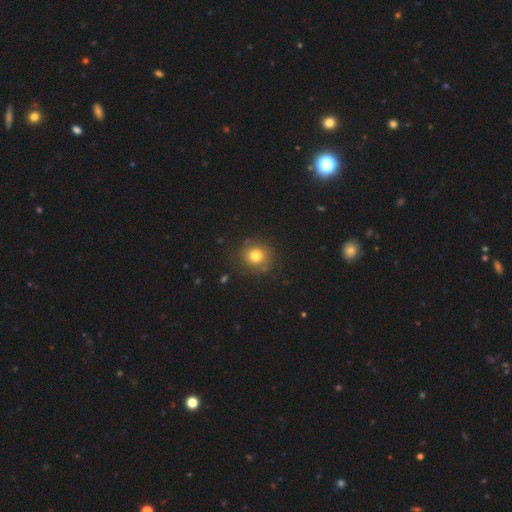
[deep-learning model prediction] Q: Smooth or featured?
A: smooth (77%); runner-up: star or artifact (13%)
Q: How rounded?
A: round (89%); runner-up: in between (10%)
Q: Merging?
A: none (85%); runner-up: minor disturbance (10%)